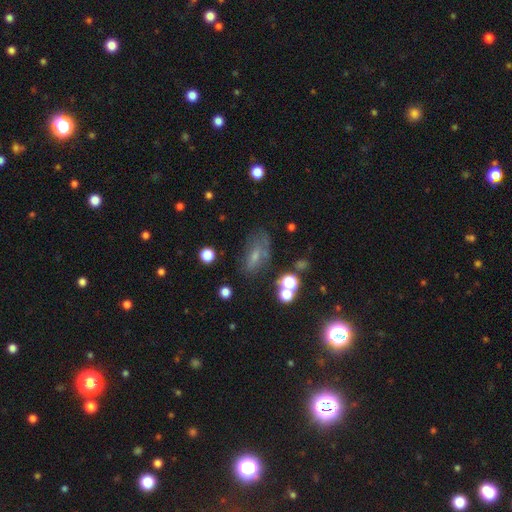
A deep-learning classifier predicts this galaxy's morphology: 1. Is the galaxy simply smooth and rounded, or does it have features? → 50% smooth, 30% featured or disk, 20% star or artifact.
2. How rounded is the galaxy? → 78% in between, 11% cigar-shaped, 10% round.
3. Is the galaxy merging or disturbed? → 49% none, 26% minor disturbance, 19% major disturbance, 6% merger.